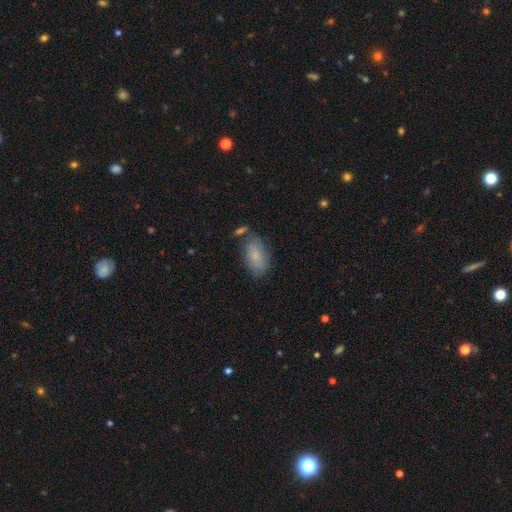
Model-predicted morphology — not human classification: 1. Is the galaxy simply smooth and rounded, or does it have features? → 79% smooth, 14% featured or disk, 7% star or artifact.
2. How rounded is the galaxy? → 92% in between, 4% cigar-shaped, 4% round.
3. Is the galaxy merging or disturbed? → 67% none, 19% minor disturbance, 9% merger, 5% major disturbance.